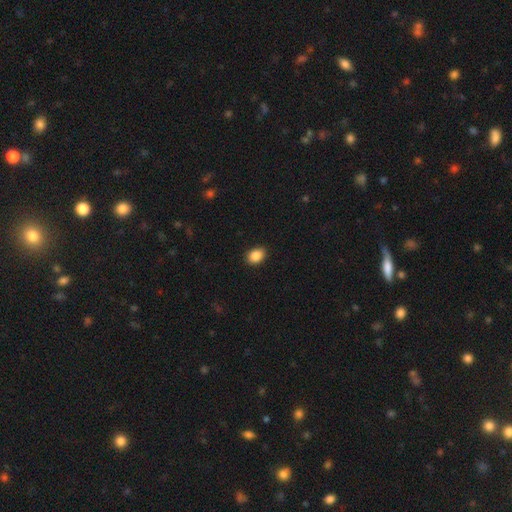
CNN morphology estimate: smooth 88%, star or artifact 8%, featured or disk 4%. Down the decision tree: how rounded — in between (72%); merging — none (90%).